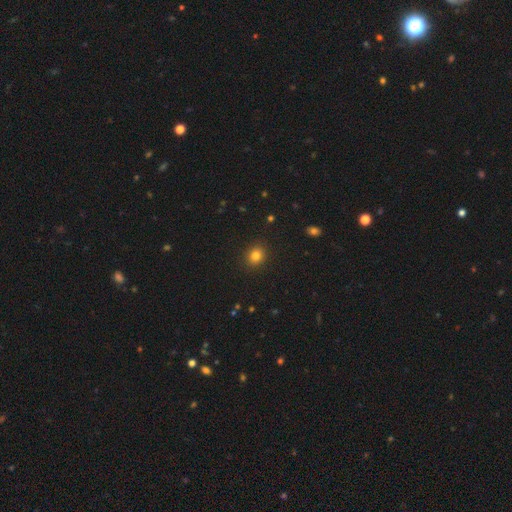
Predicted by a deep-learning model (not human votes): Smooth or featured: smooth — 82% (star or artifact — 13%)
How rounded: round — 71% (in between — 28%)
Merging: none — 90% (minor disturbance — 7%)